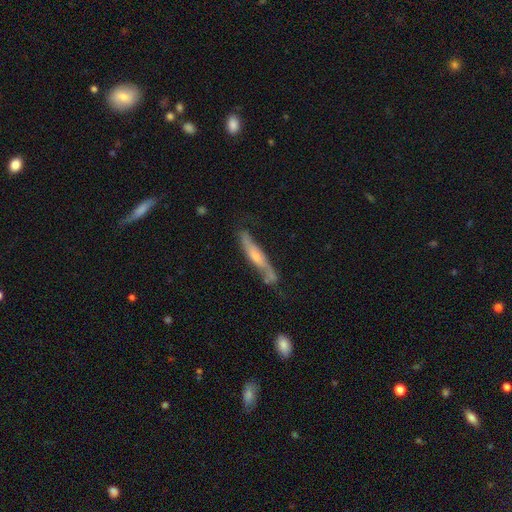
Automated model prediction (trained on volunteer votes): This appears to be a featured or disk galaxy (59%) viewed edge-on (71%). Merging: none (57%).